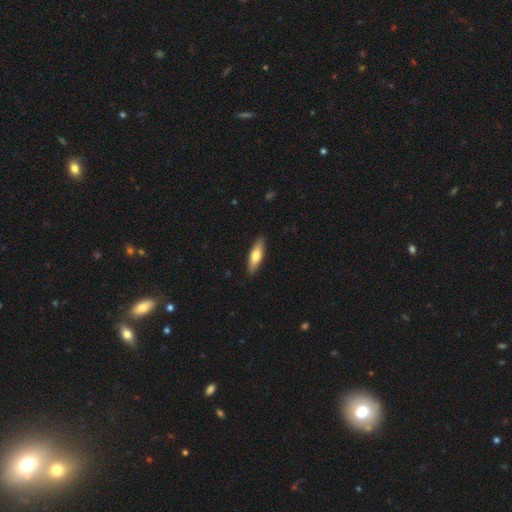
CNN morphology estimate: A smooth galaxy with no disk features (66%) that is cigar-shaped (54%).

Vote fractions:
- Smooth or featured? smooth: 66% / featured or disk: 29% / star or artifact: 5%
- How rounded? cigar-shaped: 54% / in between: 44% / round: 2%
- Merging? none: 89% / minor disturbance: 8% / major disturbance: 2% / merger: 1%